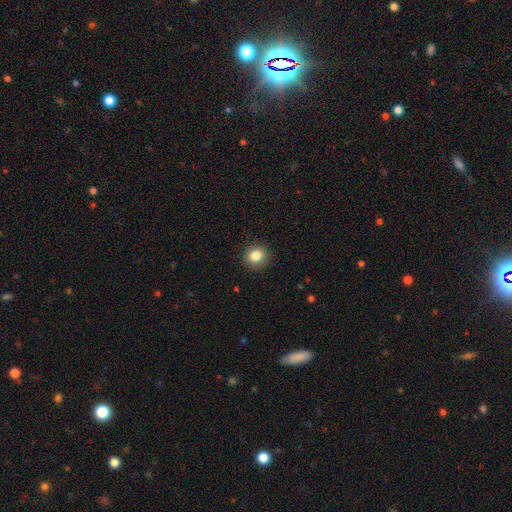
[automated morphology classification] smooth-or-featured: smooth: 84% | star or artifact: 11% | featured or disk: 6%
  how-rounded: round: 90% | in between: 9% | cigar-shaped: 1%
  merging: none: 91% | minor disturbance: 6% | major disturbance: 2% | merger: 1%